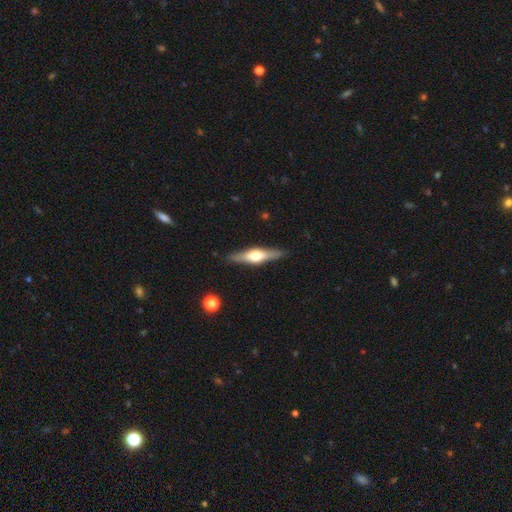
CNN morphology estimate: Smooth or featured?
  - featured or disk: 67% *
  - smooth: 28%
  - star or artifact: 5%
Edge-on disk?
  - yes: 96% *
  - no: 4%
Edge-on bulge?
  - rounded: 92% *
  - boxy: 6%
  - none: 2%
Merging?
  - none: 89% *
  - minor disturbance: 8%
  - major disturbance: 2%
  - merger: 1%